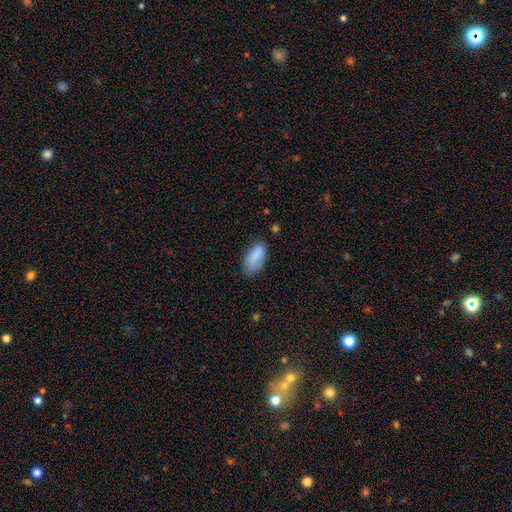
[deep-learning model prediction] Overall: smooth (85%). How rounded: in between (90%). Merging: none (63%; minor disturbance 27%).